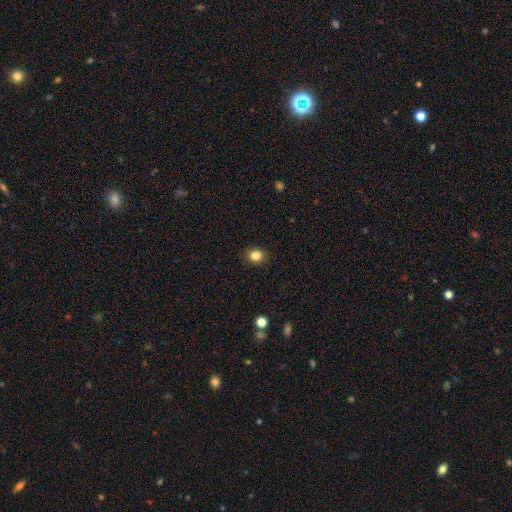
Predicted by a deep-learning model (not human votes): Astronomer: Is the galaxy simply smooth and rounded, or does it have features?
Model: smooth — 84%.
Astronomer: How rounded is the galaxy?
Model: round — 68%.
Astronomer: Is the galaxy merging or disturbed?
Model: none — 91%.